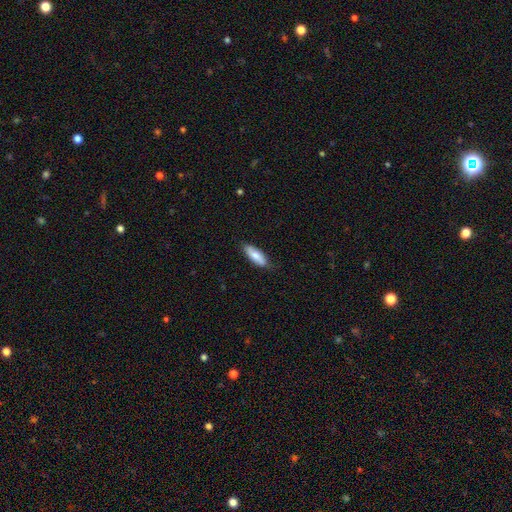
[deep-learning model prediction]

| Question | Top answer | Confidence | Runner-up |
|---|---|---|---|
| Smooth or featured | smooth | 77% | featured or disk (17%) |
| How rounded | in between | 66% | cigar-shaped (32%) |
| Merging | none | 82% | minor disturbance (14%) |